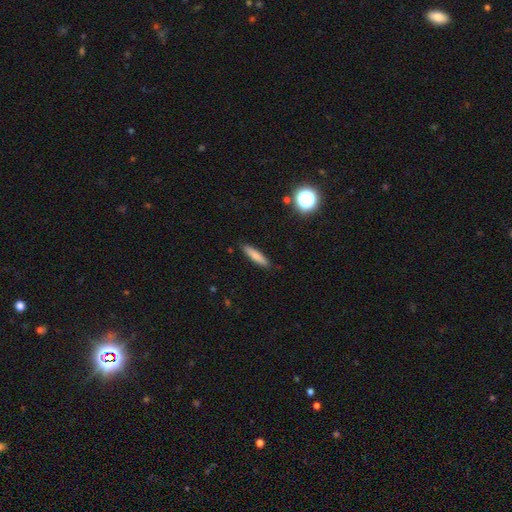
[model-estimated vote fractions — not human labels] This appears to be a smooth galaxy with no disk features (78%) that is cigar-shaped (81%). Merging: none (88%).